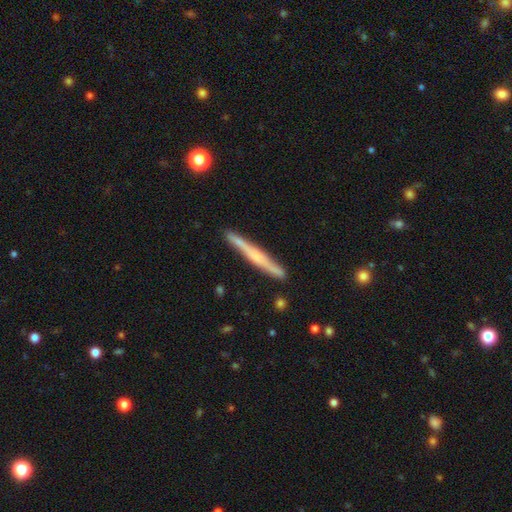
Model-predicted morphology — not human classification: smooth-or-featured: featured or disk: 62% | smooth: 33% | star or artifact: 6%
  disk-edge-on: yes: 97% | no: 3%
    edge-on-bulge: rounded: 50% | none: 34% | boxy: 16%
  merging: none: 87% | minor disturbance: 10% | merger: 2% | major disturbance: 2%